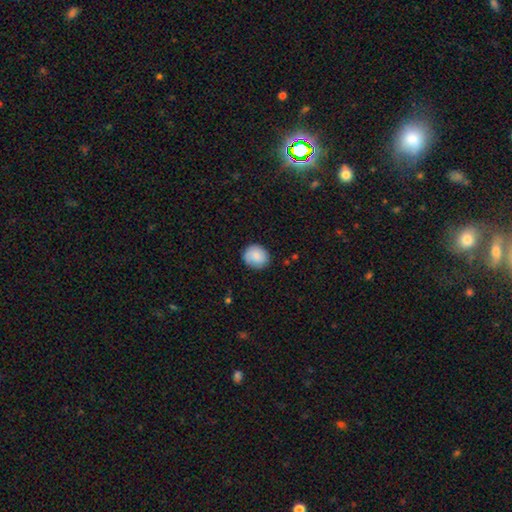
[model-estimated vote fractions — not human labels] Smooth or featured? Predicted: smooth (p=0.83). How rounded? Predicted: round (p=0.85). Merging? Predicted: none (p=0.84).